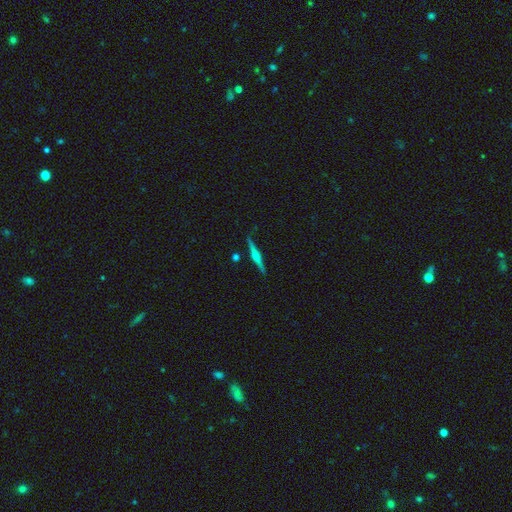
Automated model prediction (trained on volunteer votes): This is likely a featured or disk galaxy (76%). It is clearly viewed edge-on (98%). Edge-on bulge: clearly rounded (87%). Merging: clearly none (89%).